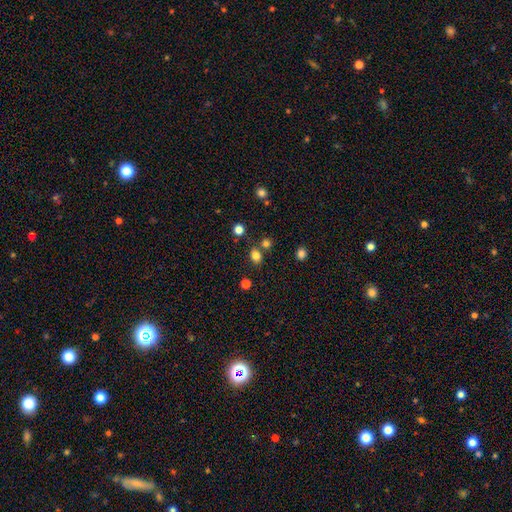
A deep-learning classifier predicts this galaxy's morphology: Smooth or featured? Predicted: smooth (p=0.80). How rounded? Predicted: in between (p=0.50). Merging? Predicted: none (p=0.72).